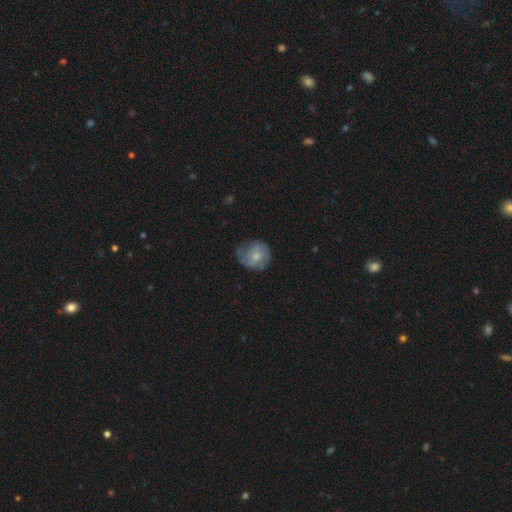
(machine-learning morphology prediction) A smooth galaxy with no disk features (54%) that is round (79%). Merging: none (57%).